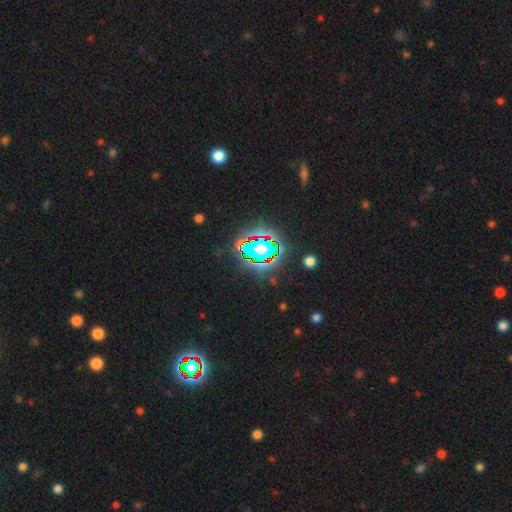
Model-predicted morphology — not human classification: Smooth or featured? star or artifact (76%)